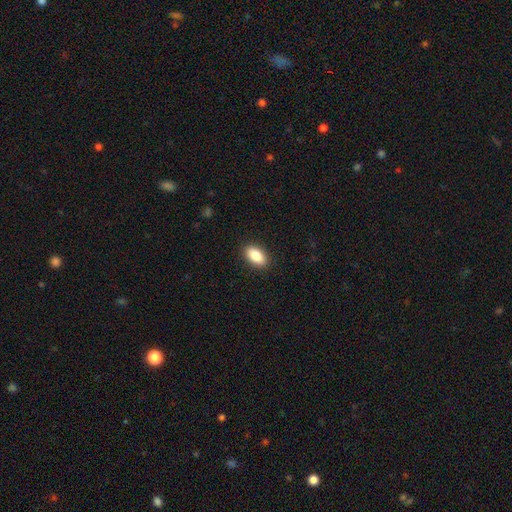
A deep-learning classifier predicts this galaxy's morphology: A smooth galaxy with no disk features (86%) that is in between round and cigar-shaped (91%).

Vote fractions:
- Smooth or featured? smooth: 86% / star or artifact: 7% / featured or disk: 7%
- How rounded? in between: 91% / round: 5% / cigar-shaped: 3%
- Merging? none: 90% / minor disturbance: 7% / major disturbance: 2% / merger: 1%